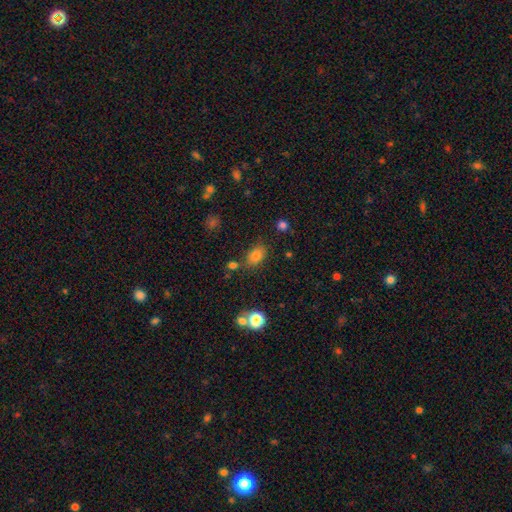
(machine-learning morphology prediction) A smooth galaxy with no disk features (81%) that is in between round and cigar-shaped (80%).

Vote fractions:
- Smooth or featured? smooth: 81% / star or artifact: 12% / featured or disk: 7%
- How rounded? in between: 80% / round: 18% / cigar-shaped: 2%
- Merging? none: 71% / minor disturbance: 16% / merger: 9% / major disturbance: 5%